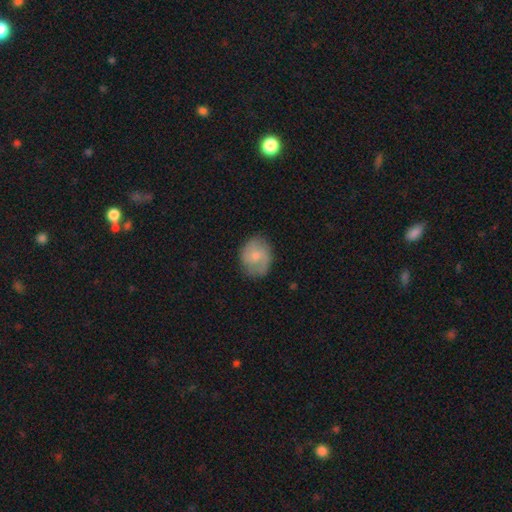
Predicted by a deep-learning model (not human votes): Overall: smooth (50%; featured or disk 44%). Merging: none (75%).